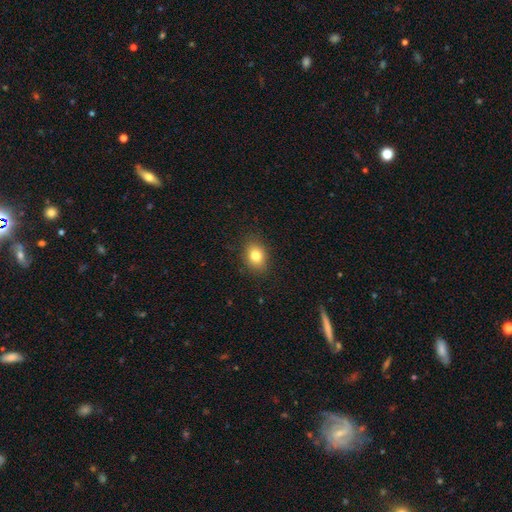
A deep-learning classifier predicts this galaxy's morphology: Smooth or featured? smooth (80%)
How rounded? in between (57%)
Merging? none (88%)